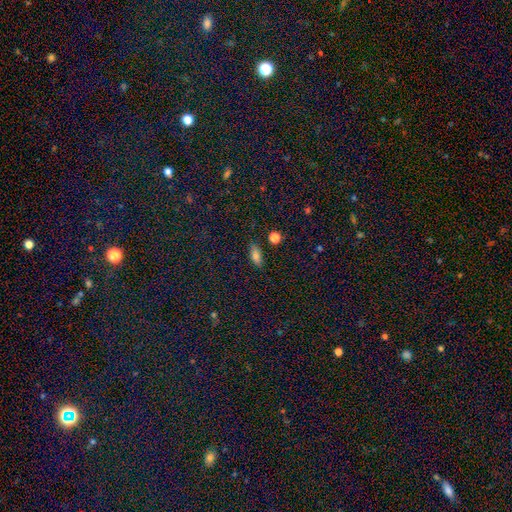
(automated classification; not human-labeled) Morphology: type=smooth (79%); roundness=in between (84%); merging=none (83%).